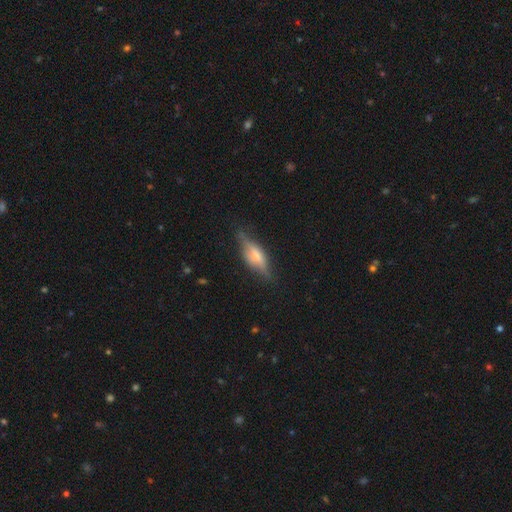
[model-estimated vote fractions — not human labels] smooth_or_featured: featured or disk (p=0.62) [alt: smooth p=0.30]
disk_edge_on: yes (p=0.90) [alt: no p=0.10]
edge_on_bulge: rounded (p=0.72) [alt: boxy p=0.22]
merging: none (p=0.75) [alt: minor disturbance p=0.18]